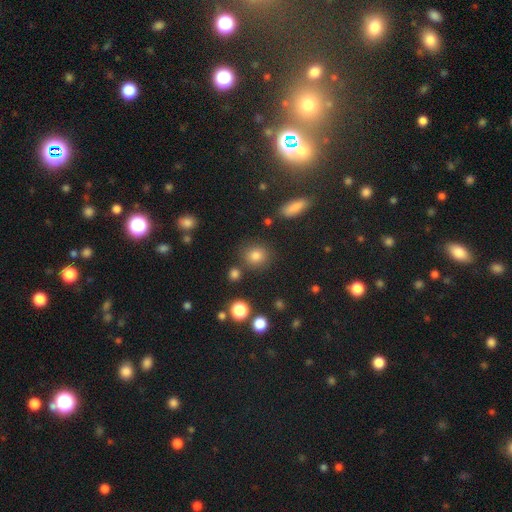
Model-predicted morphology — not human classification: Smooth or featured? smooth (79%)
How rounded? round (85%)
Merging? none (82%)